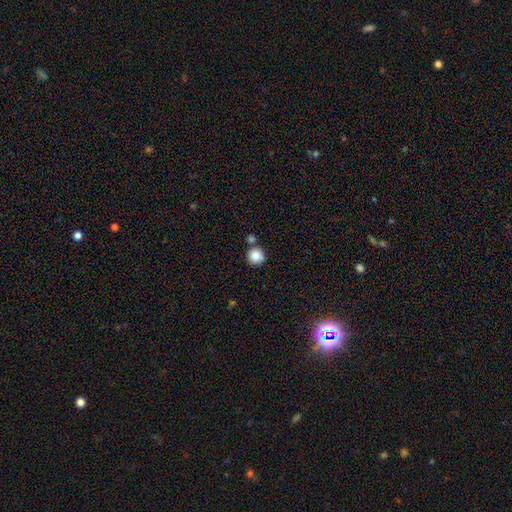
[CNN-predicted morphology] The model was most divided on "merging": none: 72%, merger: 15%, minor disturbance: 10%, major disturbance: 3%. More confident: how rounded — round (94%); smooth or featured — smooth (83%).